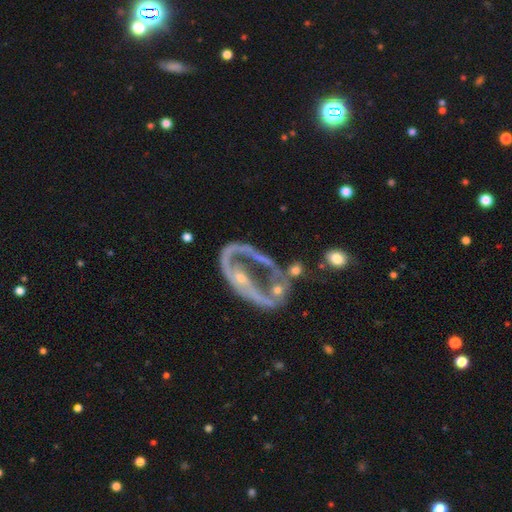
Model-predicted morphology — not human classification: featured or disk 81%, smooth 11%, star or artifact 8%. Down the decision tree: edge-on disk — no (95%); bar — no (66%); spiral arms — yes (53%); bulge size — small (66%); merging — major disturbance (44%).